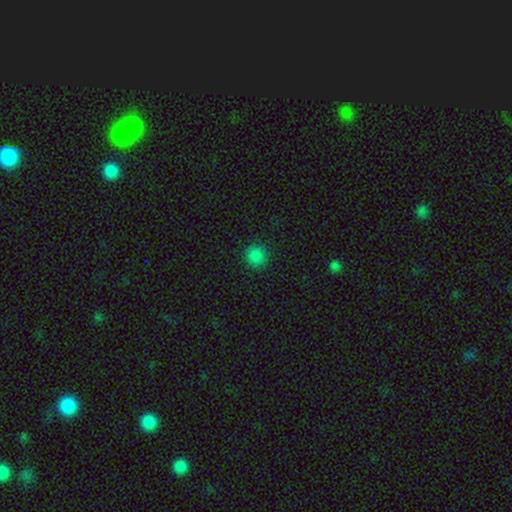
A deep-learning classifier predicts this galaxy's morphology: Q: Smooth or featured?
A: smooth (84%); runner-up: star or artifact (13%)
Q: How rounded?
A: round (93%); runner-up: in between (6%)
Q: Merging?
A: none (91%); runner-up: minor disturbance (6%)